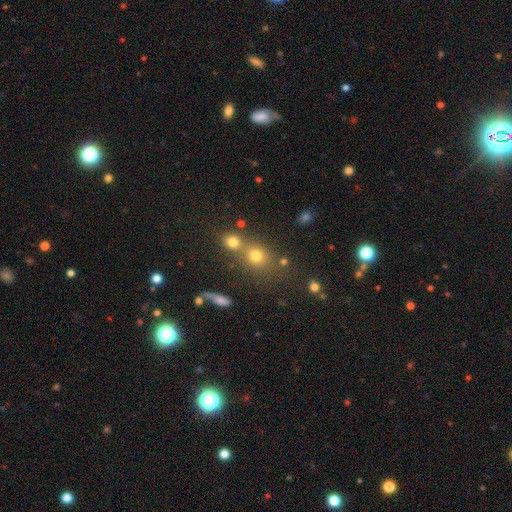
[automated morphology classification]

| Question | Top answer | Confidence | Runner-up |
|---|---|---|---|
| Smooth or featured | smooth | 65% | star or artifact (22%) |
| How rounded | round | 78% | in between (20%) |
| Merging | none | 53% | merger (35%) |